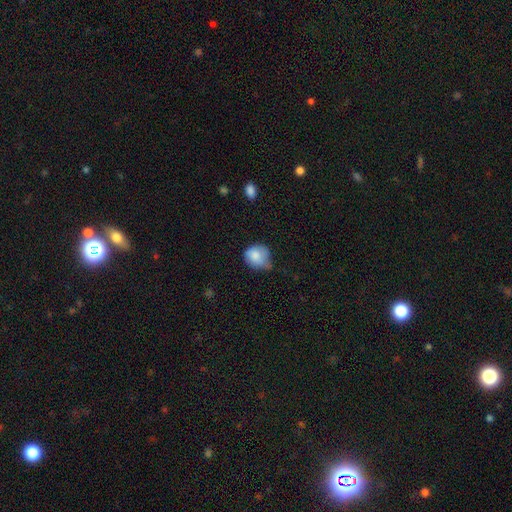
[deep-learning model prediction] Smooth or featured?
  - smooth: 79% *
  - featured or disk: 13%
  - star or artifact: 8%
How rounded?
  - round: 73% *
  - in between: 26%
  - cigar-shaped: 1%
Merging?
  - minor disturbance: 47% *
  - none: 36%
  - major disturbance: 13%
  - merger: 4%